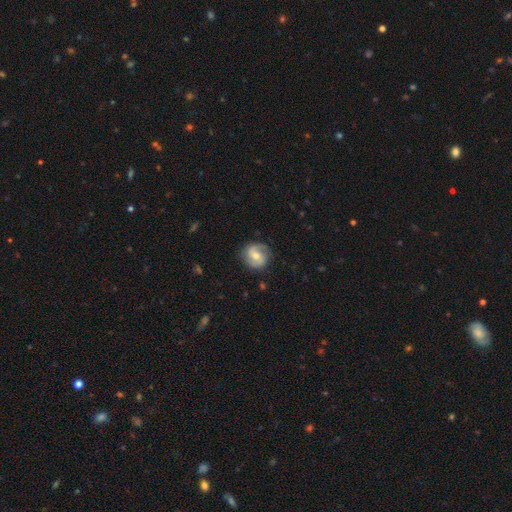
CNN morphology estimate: This is likely a featured or disk galaxy (64%). It is clearly not viewed edge-on (97%). Bar: marginally weak (44%). Spiral arm pattern: clearly yes (88%). Spiral arm count: clearly 2 (86%). Spiral winding: marginally medium (43%). Central bulge: possibly moderate (58%). Merging: clearly none (82%).